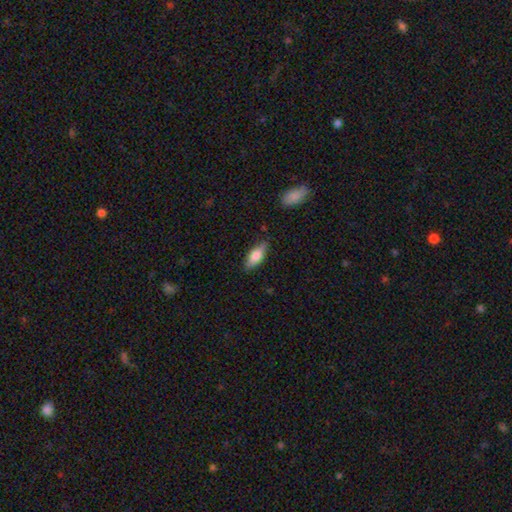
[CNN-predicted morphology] Q: Smooth or featured?
A: smooth (72%); runner-up: featured or disk (22%)
Q: How rounded?
A: in between (73%); runner-up: cigar-shaped (24%)
Q: Merging?
A: none (79%); runner-up: minor disturbance (16%)